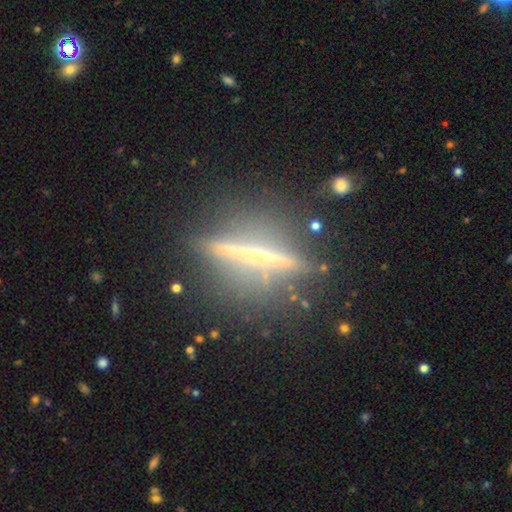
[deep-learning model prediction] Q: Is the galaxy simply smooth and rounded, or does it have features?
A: featured or disk — 78%.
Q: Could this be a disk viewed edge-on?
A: yes — 94%.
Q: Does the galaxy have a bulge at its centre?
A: none — 62%.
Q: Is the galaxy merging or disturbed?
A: none — 83%.